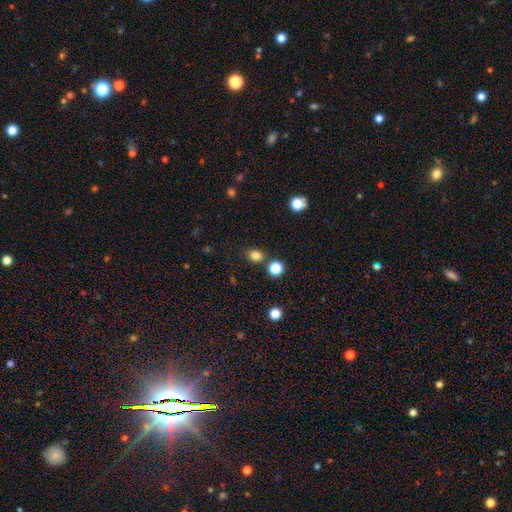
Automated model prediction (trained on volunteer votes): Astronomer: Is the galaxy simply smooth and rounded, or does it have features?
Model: smooth — 81%.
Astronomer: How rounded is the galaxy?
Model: round — 54% (runner-up: in between, 45%).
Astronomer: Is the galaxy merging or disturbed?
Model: none — 76%.